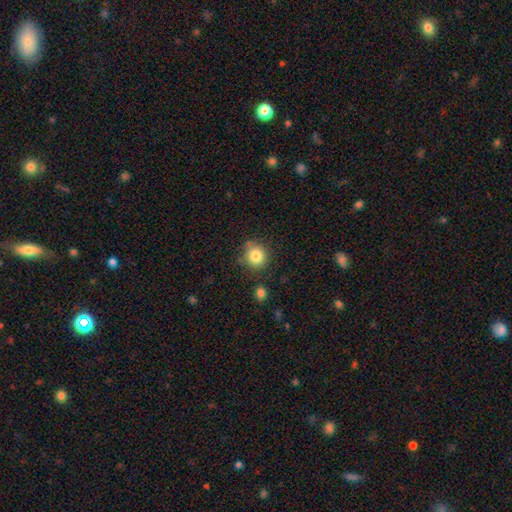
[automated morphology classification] A smooth galaxy with no disk features (83%) that is round (89%). Merging: none (80%).